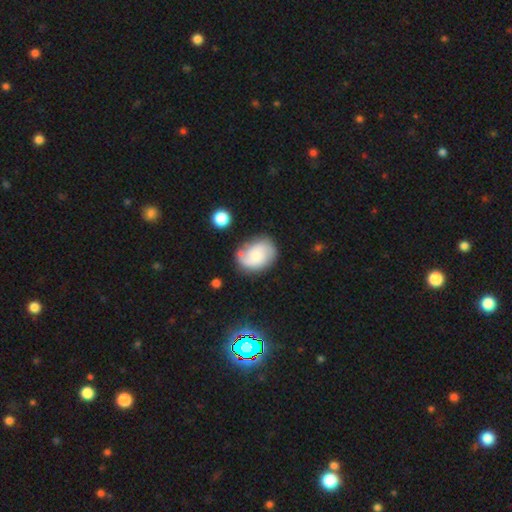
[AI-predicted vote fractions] smooth-or-featured: featured or disk: 64% | smooth: 29% | star or artifact: 7%
  disk-edge-on: no: 98% | yes: 2%
    bar: no: 64% | weak: 31% | strong: 5%
    has-spiral-arms: yes: 93% | no: 7%
      spiral-winding: medium: 46% | tight: 27% | loose: 27%
      spiral-arm-count: 2: 75% | can't tell: 10% | 1: 8% | 3: 5% | 4: 2% | more than 4: 1%
    bulge-size: small: 44% | moderate: 29% | none: 15% | large: 9% | dominant: 3%
  merging: none: 68% | minor disturbance: 19% | major disturbance: 8% | merger: 5%